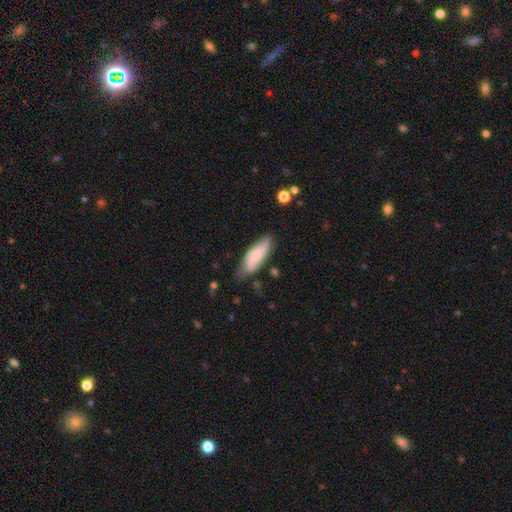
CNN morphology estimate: Smooth or featured? Predicted: smooth (p=0.72). How rounded? Predicted: in between (p=0.60). Merging? Predicted: none (p=0.59).